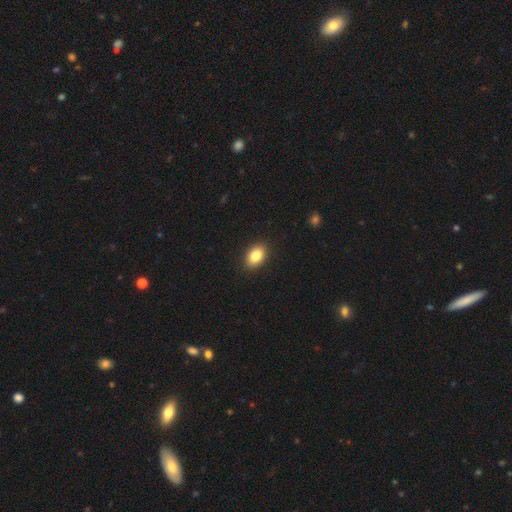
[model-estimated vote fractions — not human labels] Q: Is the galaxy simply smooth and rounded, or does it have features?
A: smooth — 84%.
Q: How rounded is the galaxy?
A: in between — 85%.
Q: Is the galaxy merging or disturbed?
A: none — 90%.